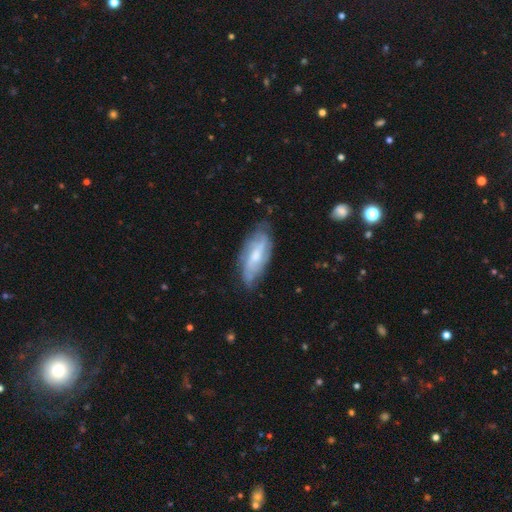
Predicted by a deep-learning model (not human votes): smooth-or-featured: featured or disk: 61% | smooth: 32% | star or artifact: 7%
  disk-edge-on: no: 84% | yes: 16%
    bar: no: 45% | weak: 42% | strong: 13%
    has-spiral-arms: yes: 80% | no: 20%
    bulge-size: moderate: 50% | small: 36% | none: 6% | large: 6% | dominant: 1%
  merging: none: 66% | minor disturbance: 25% | major disturbance: 8% | merger: 2%